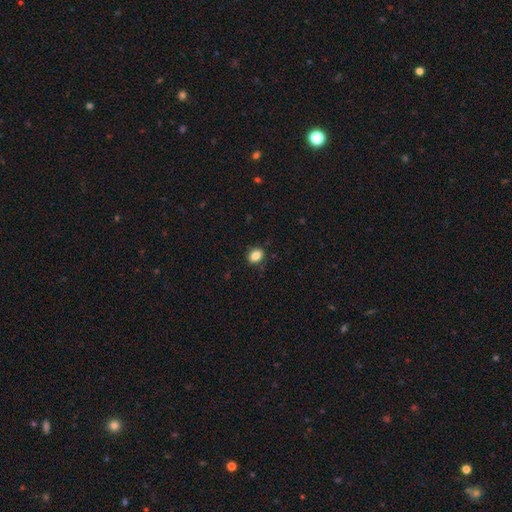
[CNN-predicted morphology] smooth-or-featured: smooth: 85% | star or artifact: 9% | featured or disk: 5%
  how-rounded: in between: 65% | round: 34% | cigar-shaped: 1%
  merging: none: 85% | minor disturbance: 11% | major disturbance: 2% | merger: 1%